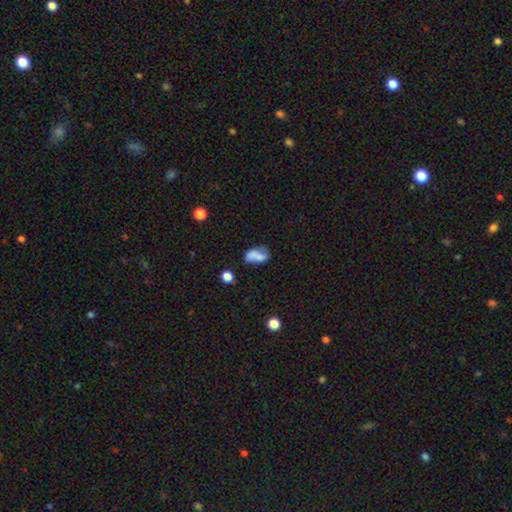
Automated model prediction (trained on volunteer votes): A smooth galaxy with no disk features (66%) that is in between round and cigar-shaped (85%). Merging: none (34%).